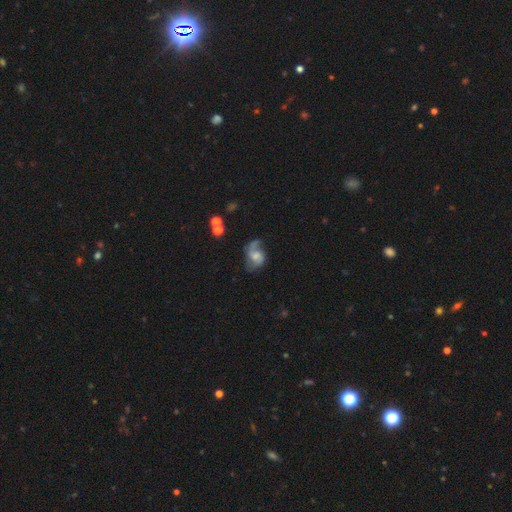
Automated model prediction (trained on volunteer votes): smooth-or-featured: featured or disk: 67% | smooth: 24% | star or artifact: 9%
  disk-edge-on: no: 97% | yes: 3%
    bar: no: 58% | weak: 35% | strong: 6%
    has-spiral-arms: yes: 88% | no: 12%
      spiral-winding: loose: 49% | medium: 38% | tight: 12%
      spiral-arm-count: 2: 70% | 1: 17% | can't tell: 8% | 3: 2% | 4: 1% | more than 4: 1%
    bulge-size: moderate: 40% | small: 33% | none: 16% | large: 10% | dominant: 2%
  merging: none: 44% | minor disturbance: 26% | major disturbance: 25% | merger: 5%